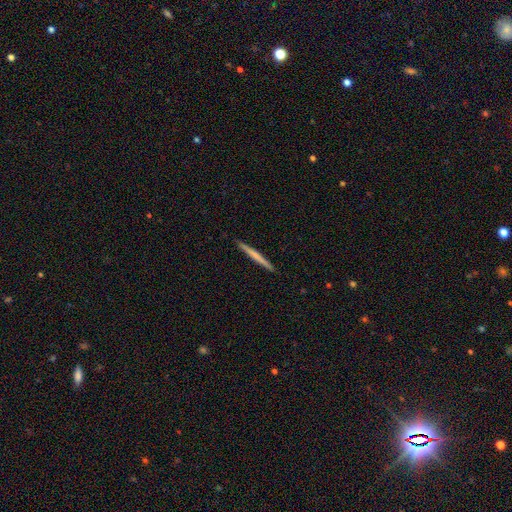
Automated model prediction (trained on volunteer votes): Overall: smooth (54%; featured or disk 41%). How rounded: cigar-shaped (97%). Merging: none (93%).